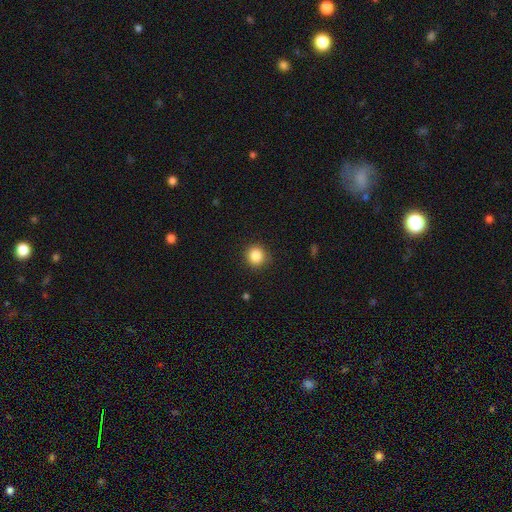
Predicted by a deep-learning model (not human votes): A smooth galaxy with no disk features (86%) that is round (92%).

Vote fractions:
- Smooth or featured? smooth: 86% / star or artifact: 10% / featured or disk: 4%
- How rounded? round: 92% / in between: 7% / cigar-shaped: 1%
- Merging? none: 89% / minor disturbance: 8% / major disturbance: 2% / merger: 1%